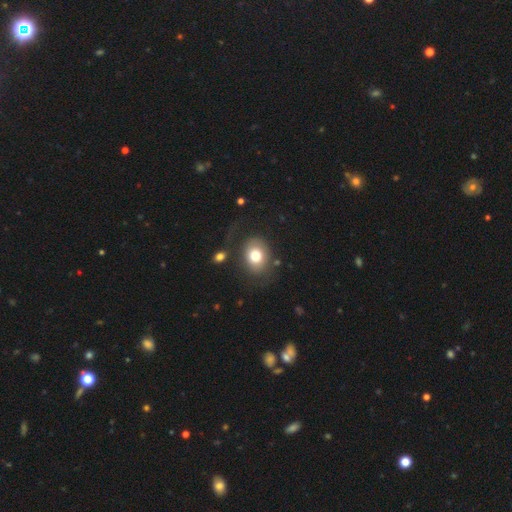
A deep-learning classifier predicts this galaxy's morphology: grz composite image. It shows a smooth galaxy with no disk features (74%) that is in between round and cigar-shaped (51%). Merging: none (67%).